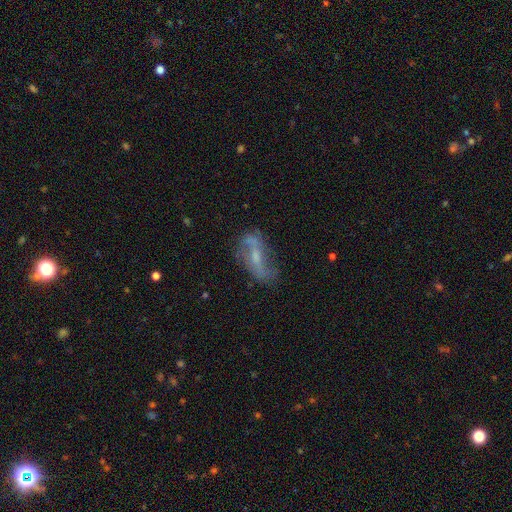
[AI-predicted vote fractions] Morphology: type=featured or disk (69%); edge-on=no (89%); bar=weak (42%); spiral arms=yes (78%); bulge=small (50%); merging=none (58%).